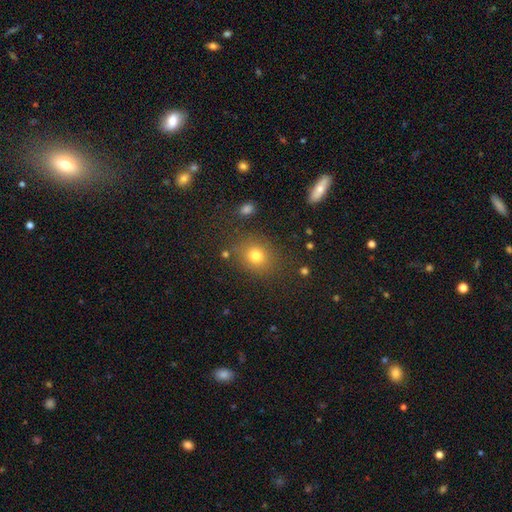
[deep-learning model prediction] Smooth or featured? Predicted: smooth (p=0.77). How rounded? Predicted: round (p=0.70). Merging? Predicted: none (p=0.80).